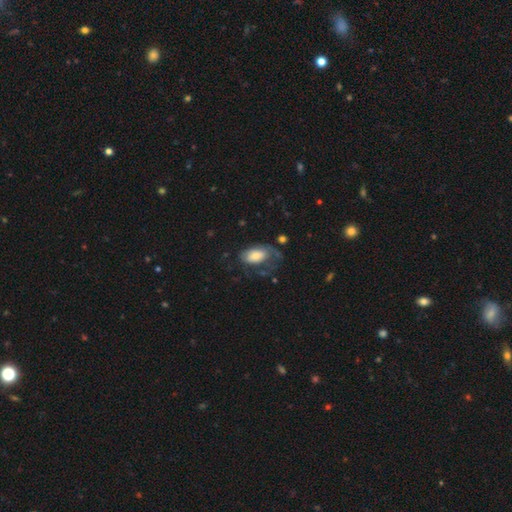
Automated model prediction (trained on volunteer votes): This appears to be a smooth galaxy with no disk features (64%) that is in between round and cigar-shaped (92%). Merging: major disturbance (38%).